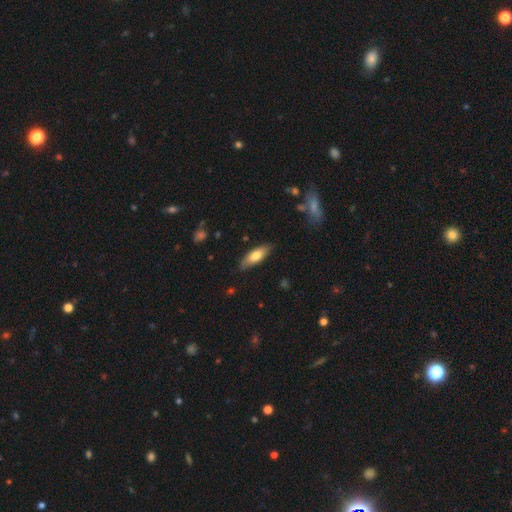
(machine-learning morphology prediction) Overall: smooth (71%). How rounded: in between (61%; cigar-shaped 37%). Merging: none (82%).